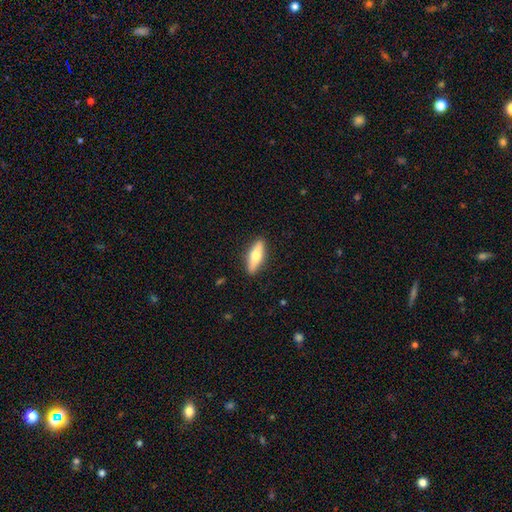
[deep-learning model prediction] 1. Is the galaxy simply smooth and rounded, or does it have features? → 54% smooth, 40% featured or disk, 5% star or artifact.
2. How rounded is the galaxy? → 51% cigar-shaped, 46% in between, 3% round.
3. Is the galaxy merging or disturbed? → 89% none, 8% minor disturbance, 2% major disturbance, 1% merger.